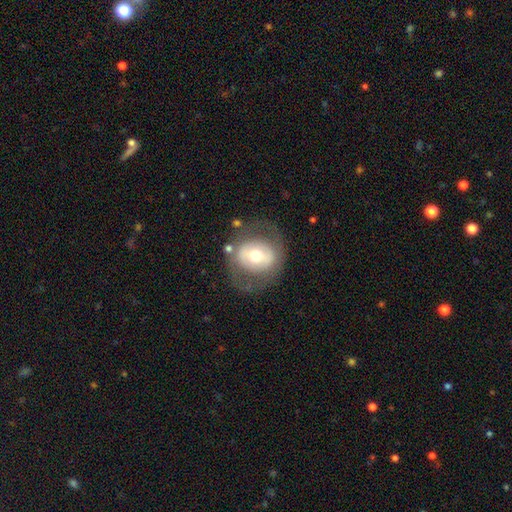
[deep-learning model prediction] Smooth or featured?
  - featured or disk: 50% *
  - smooth: 43%
  - star or artifact: 8%
Merging?
  - none: 71% *
  - minor disturbance: 15%
  - major disturbance: 12%
  - merger: 3%